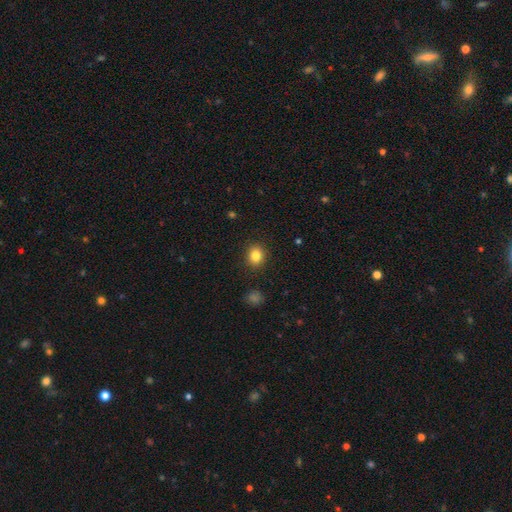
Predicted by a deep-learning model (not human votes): Smooth or featured: smooth — 83% (star or artifact — 11%)
How rounded: round — 69% (in between — 30%)
Merging: none — 90% (minor disturbance — 7%)